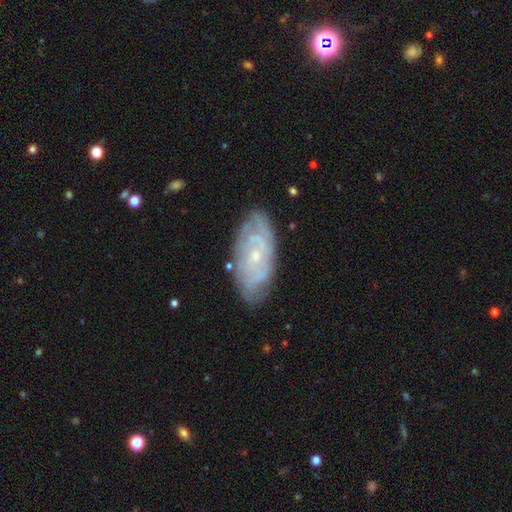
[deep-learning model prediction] Overall: featured or disk (77%). Edge-on disk: no (92%). Bar: no (73%). Spiral arms: yes (87%). Spiral arm count: can't tell (49%; 2 21%). Spiral winding: tight (70%). Bulge size: small (77%). Merging: none (78%).